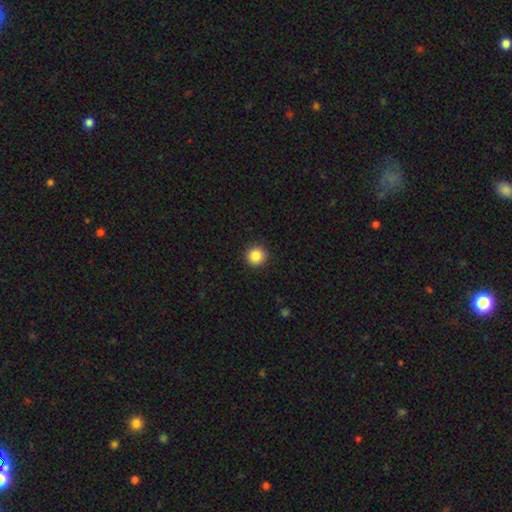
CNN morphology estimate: Overall: smooth (86%). How rounded: round (94%). Merging: none (92%).